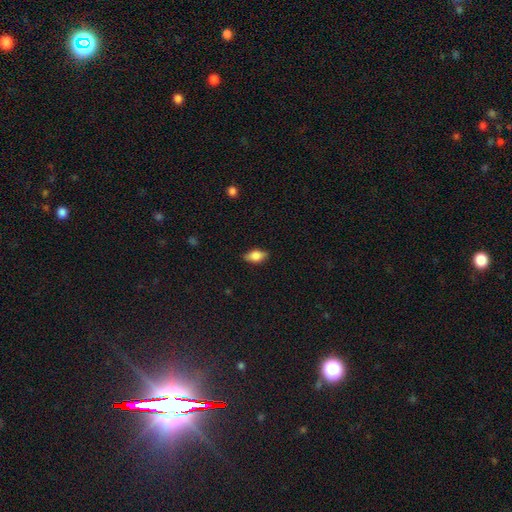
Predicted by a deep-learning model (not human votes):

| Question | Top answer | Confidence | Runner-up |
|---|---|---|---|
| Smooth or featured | smooth | 76% | featured or disk (16%) |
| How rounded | in between | 87% | cigar-shaped (7%) |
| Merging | none | 84% | minor disturbance (13%) |